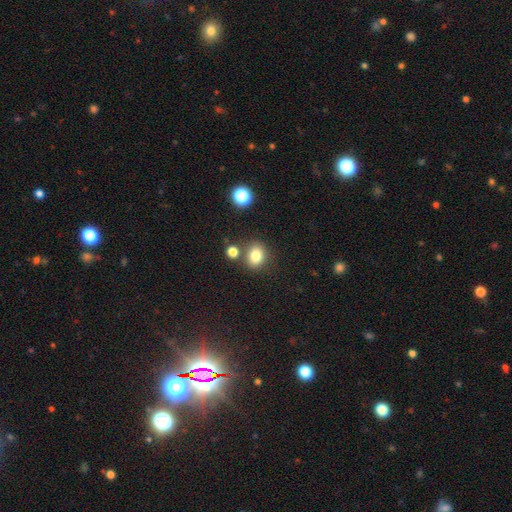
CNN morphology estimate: smooth 81%, star or artifact 12%, featured or disk 6%. Down the decision tree: how rounded — round (61%); merging — none (75%).